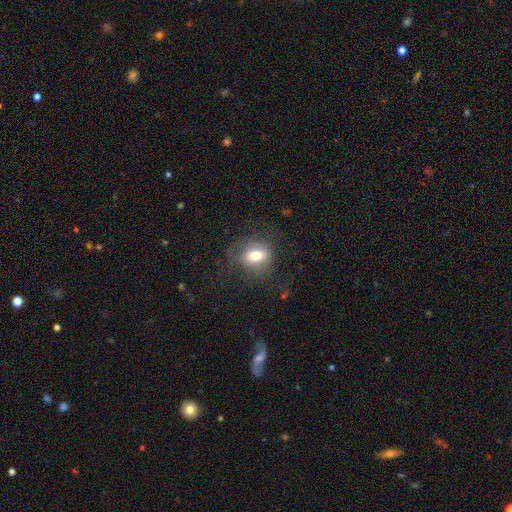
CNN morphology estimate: Q: Smooth or featured?
A: smooth (71%); runner-up: featured or disk (17%)
Q: How rounded?
A: round (59%); runner-up: in between (40%)
Q: Merging?
A: none (71%); runner-up: minor disturbance (16%)